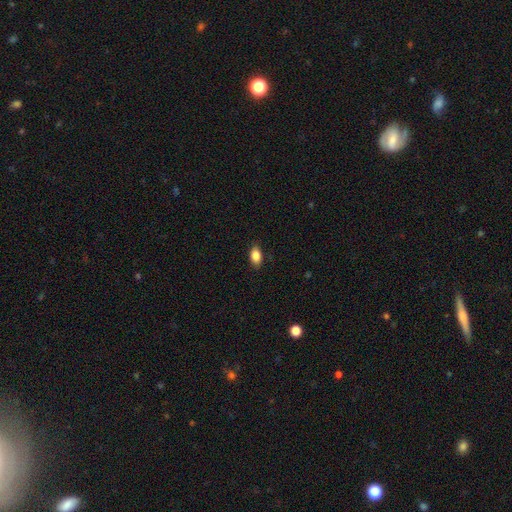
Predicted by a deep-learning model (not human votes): smooth_or_featured: smooth (p=0.87) [alt: star or artifact p=0.08]
how_rounded: in between (p=0.89) [alt: round p=0.08]
merging: none (p=0.86) [alt: minor disturbance p=0.11]